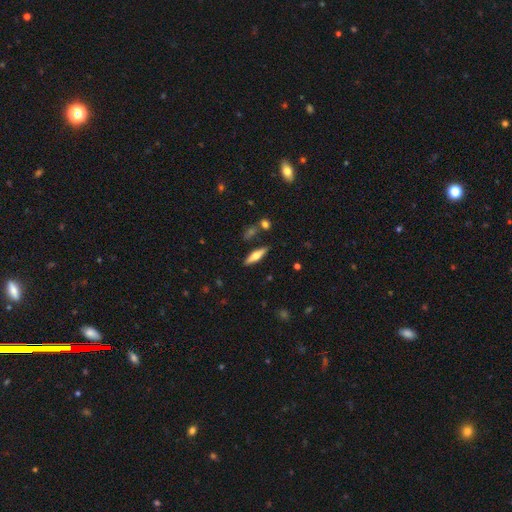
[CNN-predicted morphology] Smooth or featured? Predicted: smooth (p=0.48). Merging? Predicted: none (p=0.84).